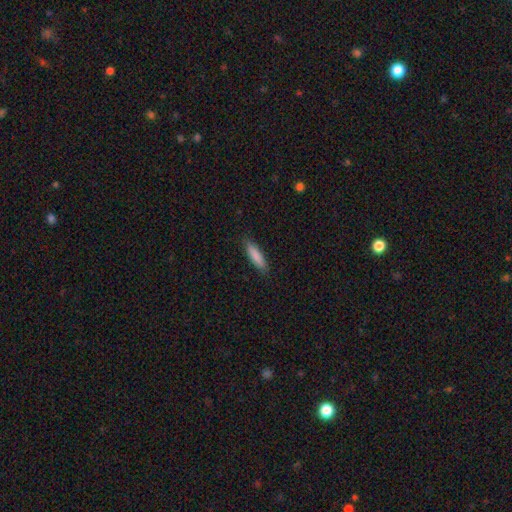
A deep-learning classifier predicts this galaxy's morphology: Smooth or featured? Predicted: smooth (p=0.86). How rounded? Predicted: cigar-shaped (p=0.68). Merging? Predicted: none (p=0.87).